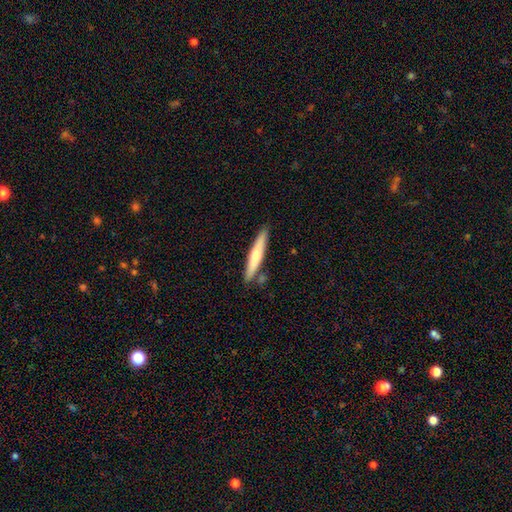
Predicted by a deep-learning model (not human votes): Smooth or featured? smooth (58%)
How rounded? cigar-shaped (93%)
Merging? none (83%)